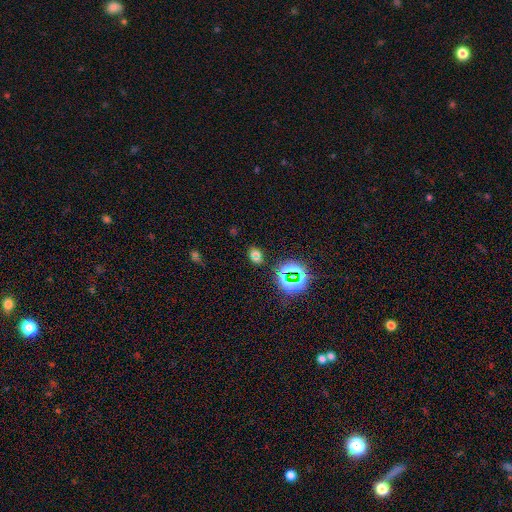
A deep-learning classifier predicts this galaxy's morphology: A smooth galaxy with no disk features (56%) that is in between round and cigar-shaped (53%). Merging: none (70%).